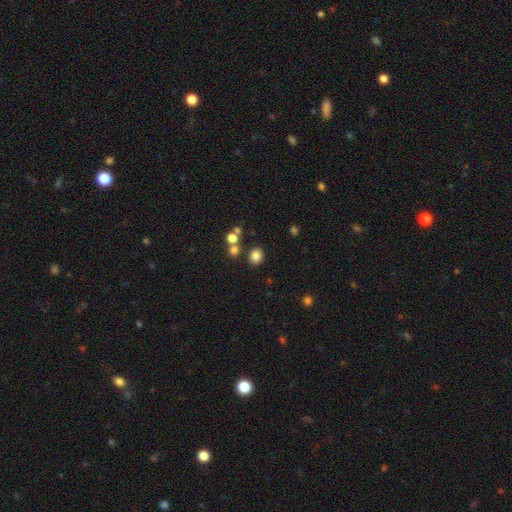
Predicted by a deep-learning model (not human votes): A smooth galaxy with no disk features (81%) that is round (78%). Merging: none (81%).